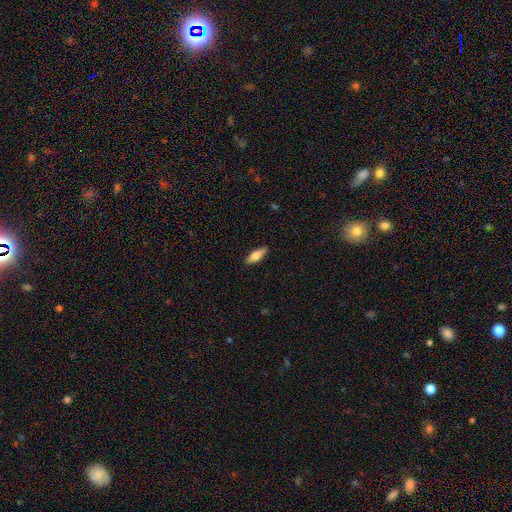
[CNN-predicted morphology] Smooth or featured? Predicted: smooth (p=0.59). How rounded? Predicted: in between (p=0.51). Merging? Predicted: none (p=0.89).